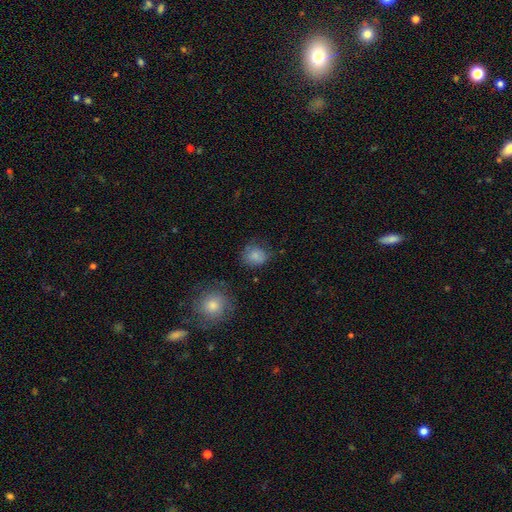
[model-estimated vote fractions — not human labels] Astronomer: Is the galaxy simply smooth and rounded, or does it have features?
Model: smooth — 81%.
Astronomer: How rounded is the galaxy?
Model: round — 74%.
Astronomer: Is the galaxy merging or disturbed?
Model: none — 66%.